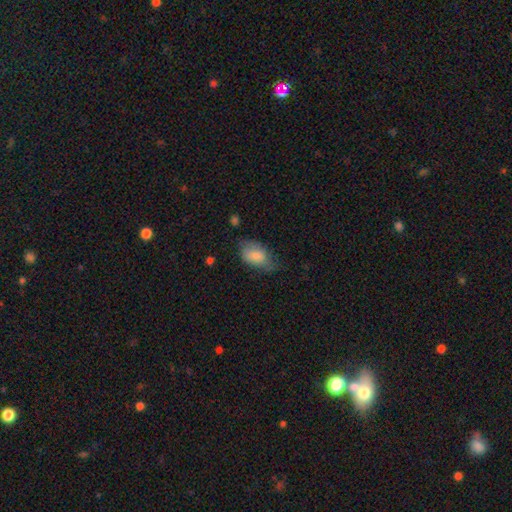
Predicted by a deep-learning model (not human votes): This is likely a smooth galaxy (79%). How rounded: clearly in between (91%). Merging: marginally none (44%).